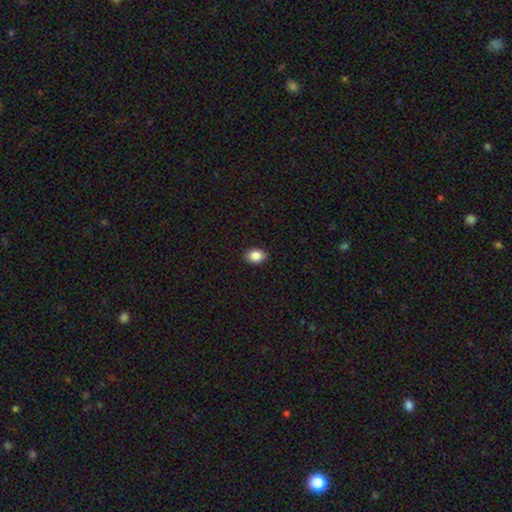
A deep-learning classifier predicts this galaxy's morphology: smooth 88%, star or artifact 8%, featured or disk 4%. Down the decision tree: how rounded — in between (72%); merging — none (90%).